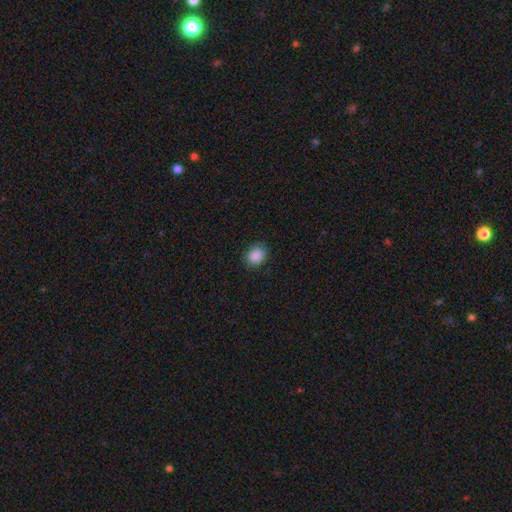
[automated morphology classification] Q: Smooth or featured?
A: smooth (88%); runner-up: star or artifact (9%)
Q: How rounded?
A: round (59%); runner-up: in between (40%)
Q: Merging?
A: none (84%); runner-up: minor disturbance (12%)